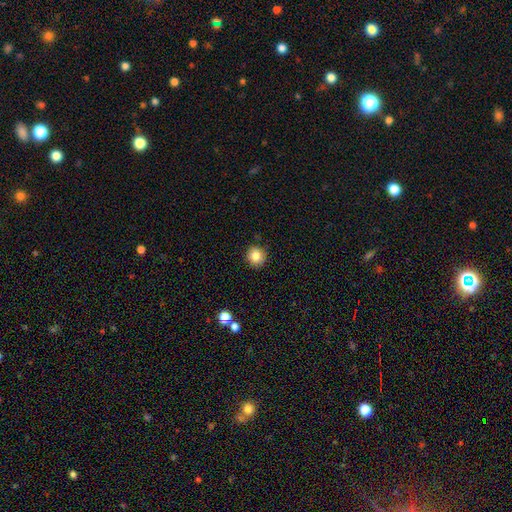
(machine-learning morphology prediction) type=smooth (83%); roundness=round (91%); merging=none (90%).